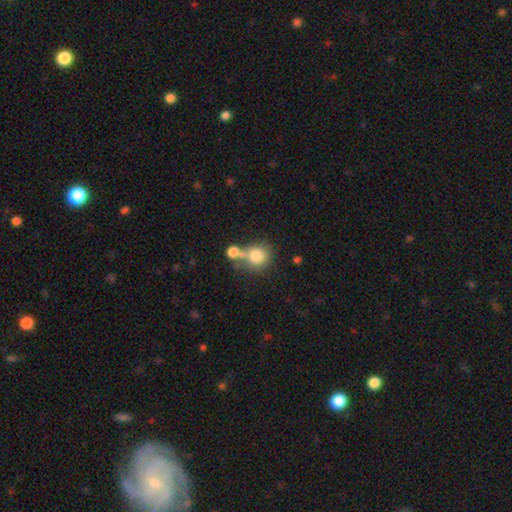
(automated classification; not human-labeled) Smooth or featured?
  - smooth: 78% *
  - featured or disk: 12%
  - star or artifact: 10%
How rounded?
  - round: 83% *
  - in between: 16%
  - cigar-shaped: 1%
Merging?
  - none: 43% *
  - merger: 39%
  - minor disturbance: 12%
  - major disturbance: 7%